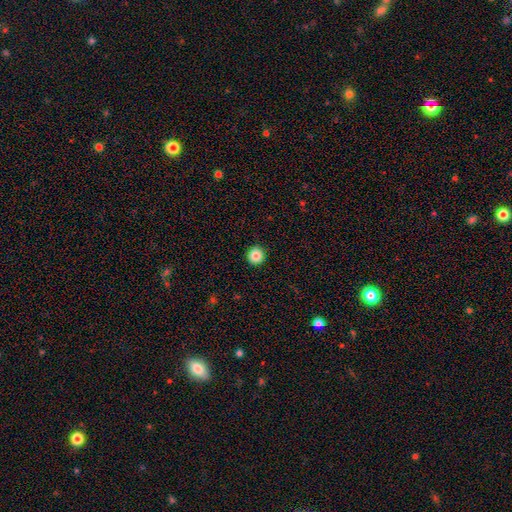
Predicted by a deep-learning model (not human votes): Smooth or featured? Predicted: smooth (p=0.86). How rounded? Predicted: round (p=0.94). Merging? Predicted: none (p=0.92).